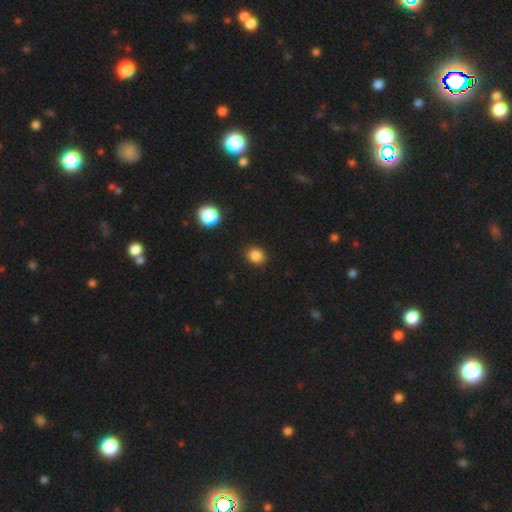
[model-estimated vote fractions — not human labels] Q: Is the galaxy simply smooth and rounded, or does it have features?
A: smooth — 85%.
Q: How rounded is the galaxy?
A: round — 66%.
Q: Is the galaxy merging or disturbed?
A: none — 90%.